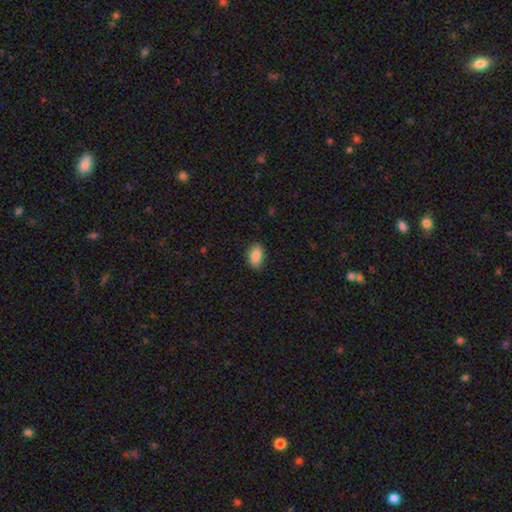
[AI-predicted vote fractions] A smooth galaxy with no disk features (84%) that is in between round and cigar-shaped (89%).

Vote fractions:
- Smooth or featured? smooth: 84% / featured or disk: 8% / star or artifact: 7%
- How rounded? in between: 89% / round: 8% / cigar-shaped: 3%
- Merging? none: 85% / minor disturbance: 12% / major disturbance: 2% / merger: 1%